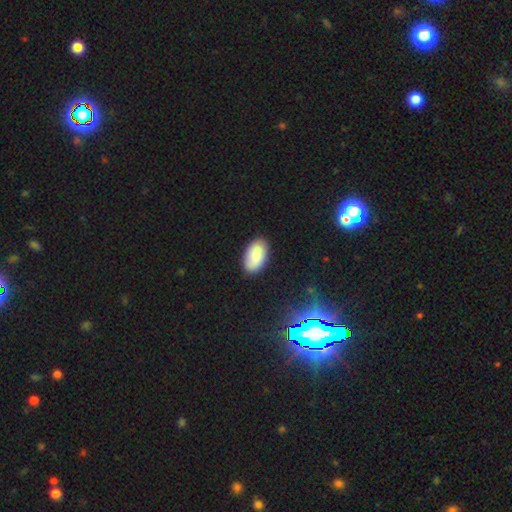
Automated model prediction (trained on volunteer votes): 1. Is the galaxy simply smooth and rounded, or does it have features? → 85% smooth, 8% featured or disk, 7% star or artifact.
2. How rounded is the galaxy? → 95% in between, 3% round, 2% cigar-shaped.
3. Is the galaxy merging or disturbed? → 86% none, 11% minor disturbance, 2% major disturbance, 1% merger.